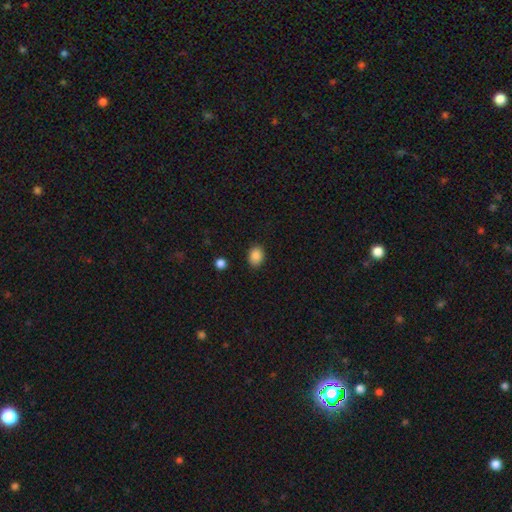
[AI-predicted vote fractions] Overall: smooth (88%). How rounded: in between (58%; round 41%). Merging: none (87%).